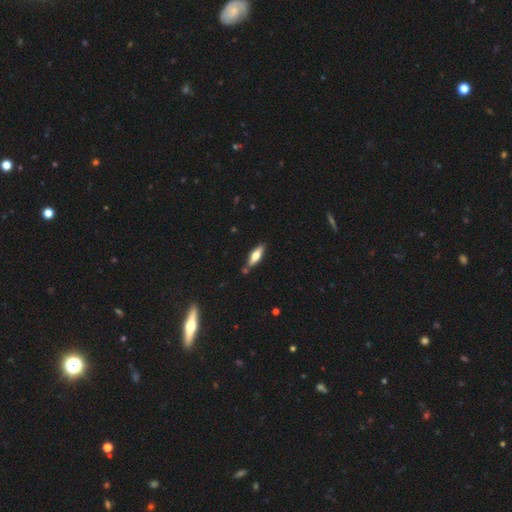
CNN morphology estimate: smooth_or_featured: smooth (p=0.49) [alt: featured or disk p=0.46]
merging: none (p=0.81) [alt: minor disturbance p=0.12]